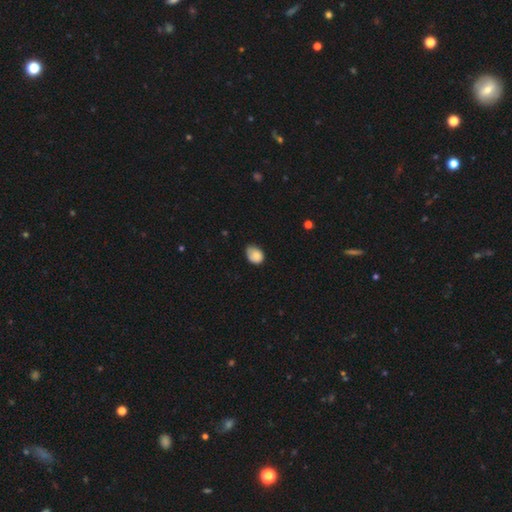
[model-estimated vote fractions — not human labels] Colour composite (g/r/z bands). It shows a smooth galaxy with no disk features (84%) that is in between round and cigar-shaped (65%). Merging: none (47%).